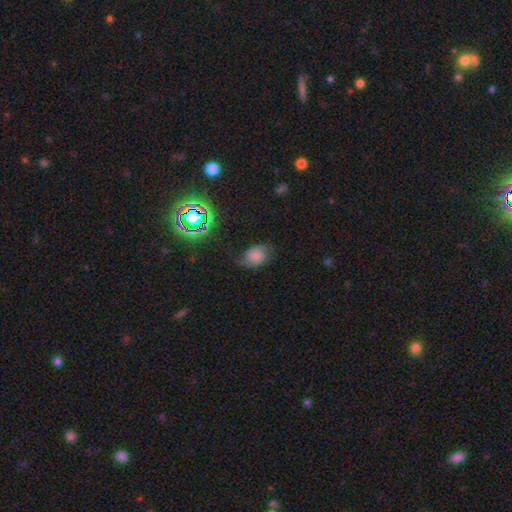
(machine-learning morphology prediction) Smooth or featured: featured or disk — 50% (smooth — 36%)
Merging: none — 59% (minor disturbance — 25%)